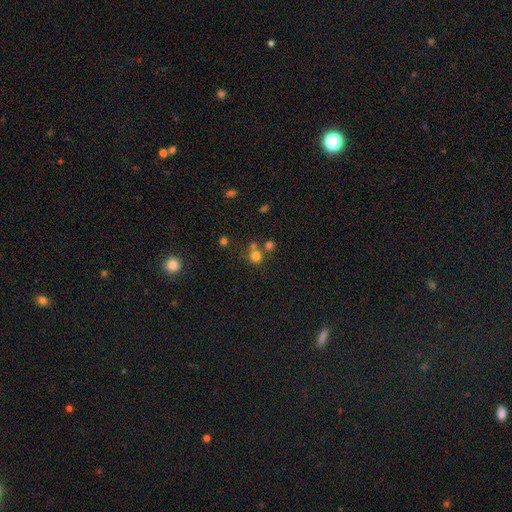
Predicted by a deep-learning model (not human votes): A smooth galaxy with no disk features (74%) that is round (87%). Merging: none (57%).